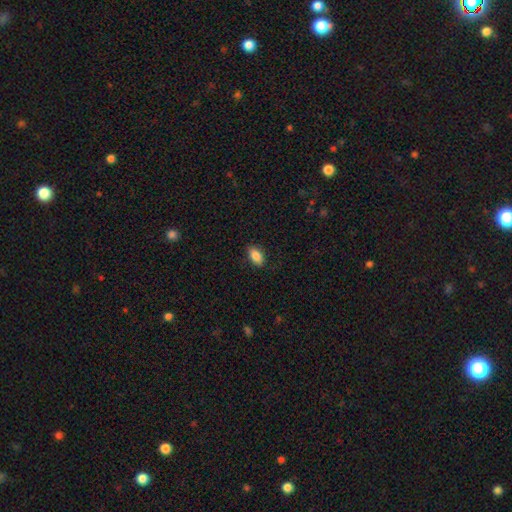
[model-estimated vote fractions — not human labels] smooth 86%, star or artifact 8%, featured or disk 6%. Down the decision tree: how rounded — in between (90%); merging — none (87%).